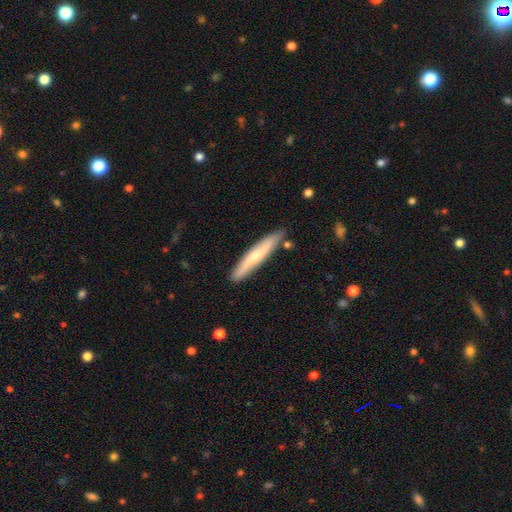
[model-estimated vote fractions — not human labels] A smooth galaxy with no disk features (53%) that is cigar-shaped (92%). Merging: none (84%).